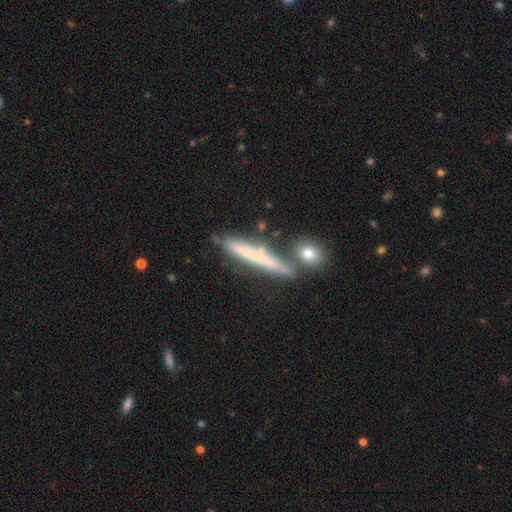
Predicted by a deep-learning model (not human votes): The model was most divided on "smooth or featured": smooth: 49%, featured or disk: 43%, star or artifact: 8%. More confident: merging — none (70%).